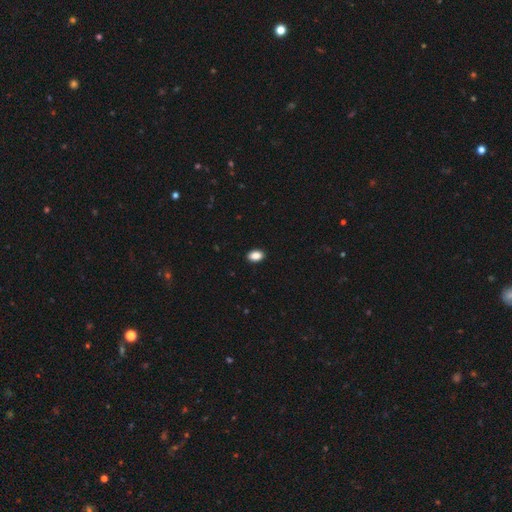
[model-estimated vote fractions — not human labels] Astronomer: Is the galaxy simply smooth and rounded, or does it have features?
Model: smooth — 89%.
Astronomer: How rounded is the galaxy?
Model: in between — 87%.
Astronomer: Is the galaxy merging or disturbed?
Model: none — 91%.